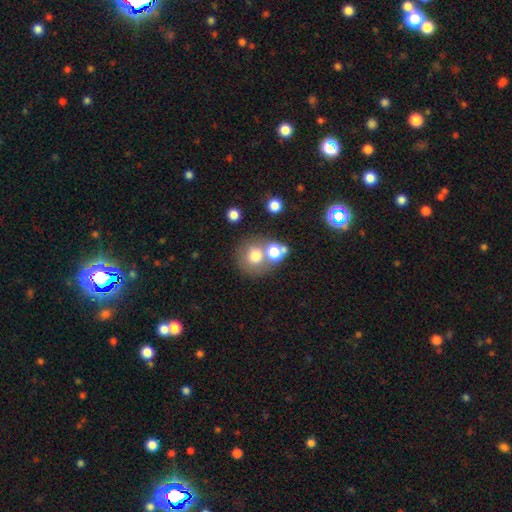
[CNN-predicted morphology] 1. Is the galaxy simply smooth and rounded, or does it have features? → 72% smooth, 15% featured or disk, 13% star or artifact.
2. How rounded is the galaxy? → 84% round, 15% in between, 1% cigar-shaped.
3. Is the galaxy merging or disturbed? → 52% none, 34% merger, 9% minor disturbance, 5% major disturbance.